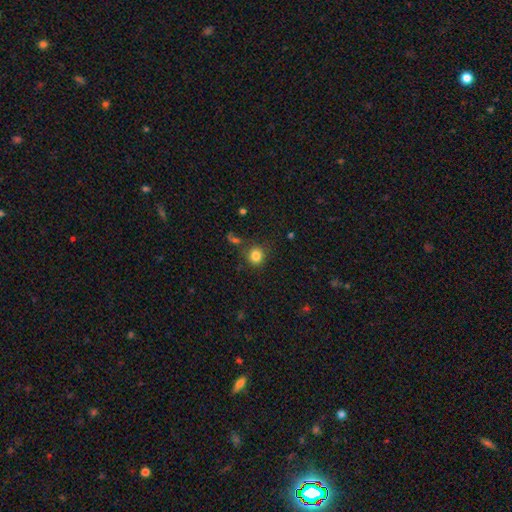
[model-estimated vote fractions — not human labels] smooth-or-featured: smooth: 84% | star or artifact: 11% | featured or disk: 5%
  how-rounded: round: 85% | in between: 14% | cigar-shaped: 1%
  merging: none: 80% | minor disturbance: 11% | merger: 6% | major disturbance: 4%